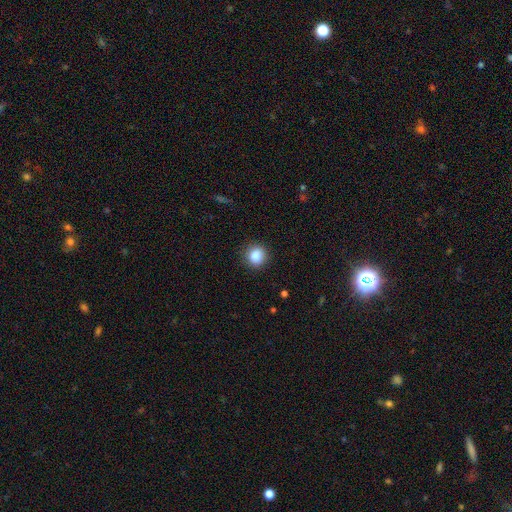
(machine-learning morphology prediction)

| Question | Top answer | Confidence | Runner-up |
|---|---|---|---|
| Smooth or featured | smooth | 87% | star or artifact (9%) |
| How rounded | round | 87% | in between (12%) |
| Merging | none | 88% | minor disturbance (8%) |